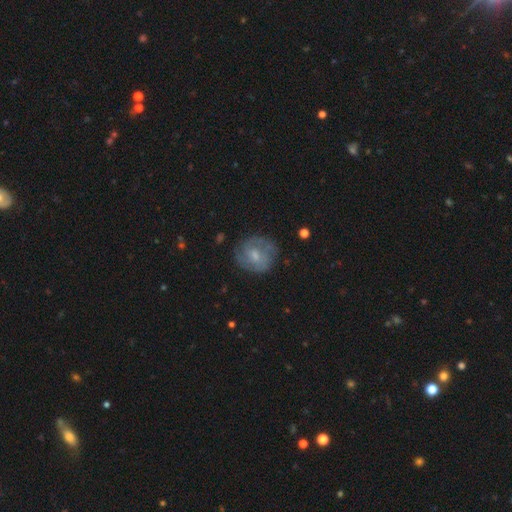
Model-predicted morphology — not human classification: This appears to be a featured or disk galaxy (49%). Merging: none (69%).